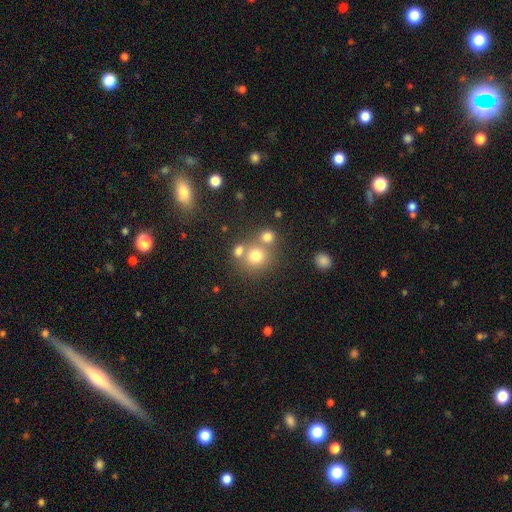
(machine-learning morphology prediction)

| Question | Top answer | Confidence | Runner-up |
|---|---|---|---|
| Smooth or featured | smooth | 74% | star or artifact (15%) |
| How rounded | round | 86% | in between (13%) |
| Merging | none | 57% | merger (31%) |